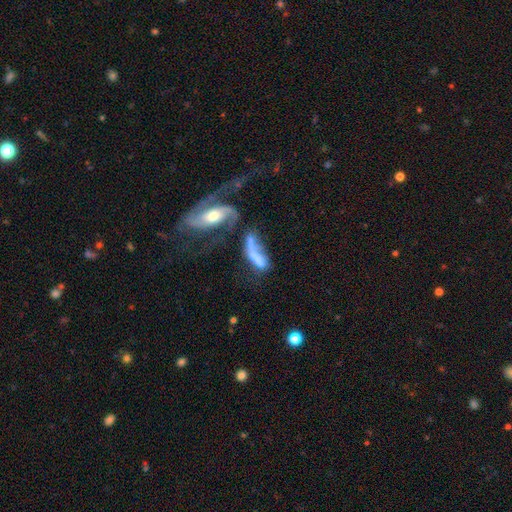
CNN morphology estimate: Overall: featured or disk (46%; smooth 44%). Merging: merger (50%; major disturbance 24%).